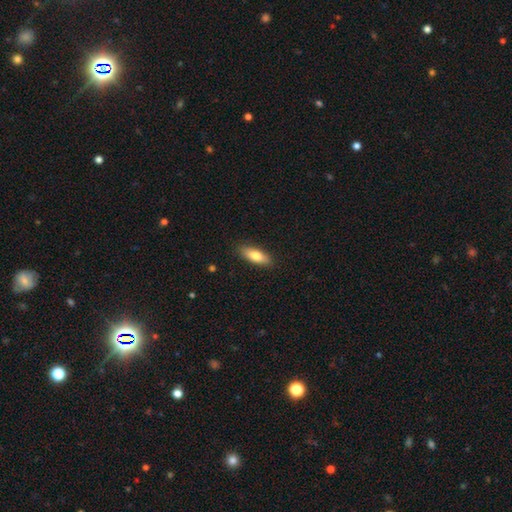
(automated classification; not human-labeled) Overall: smooth (77%). How rounded: in between (64%; cigar-shaped 34%). Merging: none (88%).